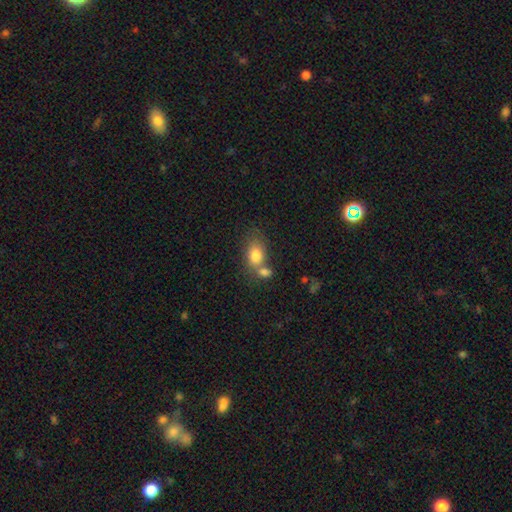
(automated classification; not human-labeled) Smooth or featured? Predicted: smooth (p=0.80). How rounded? Predicted: in between (p=0.74). Merging? Predicted: merger (p=0.43).